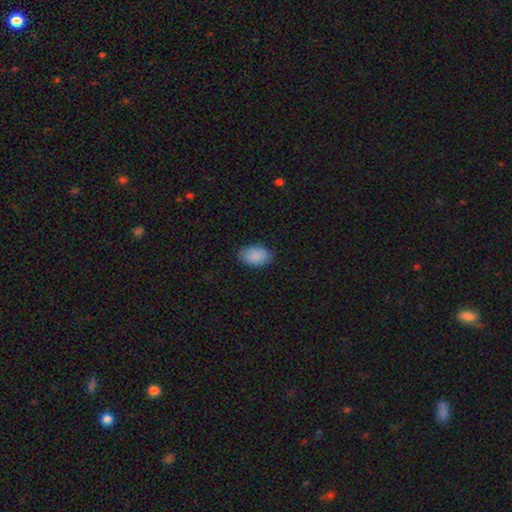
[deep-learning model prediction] Smooth or featured? smooth (90%)
How rounded? in between (90%)
Merging? none (84%)